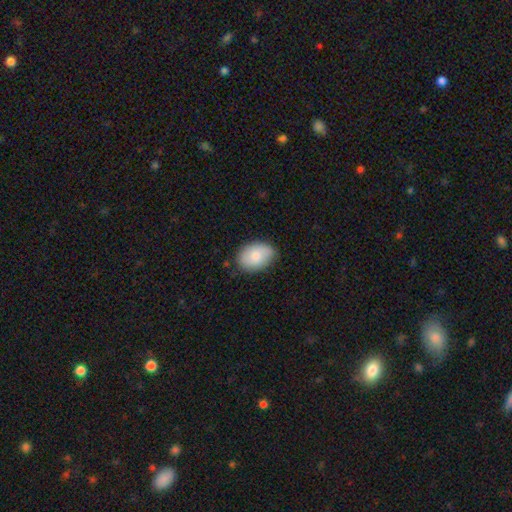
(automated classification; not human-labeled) smooth_or_featured: smooth (p=0.80) [alt: featured or disk p=0.14]
how_rounded: in between (p=0.84) [alt: round p=0.15]
merging: none (p=0.80) [alt: minor disturbance p=0.16]